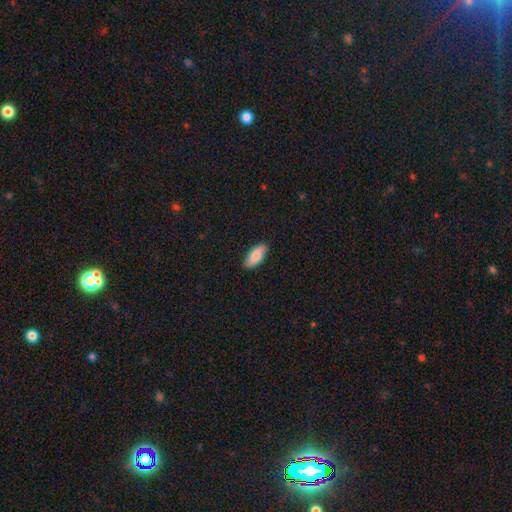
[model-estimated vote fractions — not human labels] Q: Smooth or featured?
A: smooth (85%); runner-up: featured or disk (10%)
Q: How rounded?
A: in between (86%); runner-up: cigar-shaped (12%)
Q: Merging?
A: none (88%); runner-up: minor disturbance (9%)